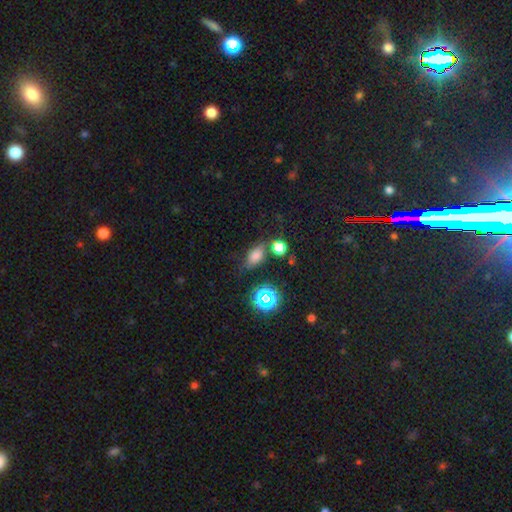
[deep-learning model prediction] Smooth or featured: smooth — 67% (star or artifact — 22%)
How rounded: in between — 79% (round — 14%)
Merging: none — 67% (minor disturbance — 17%)